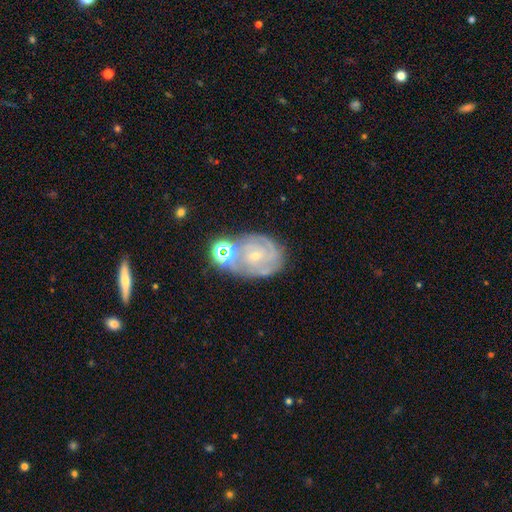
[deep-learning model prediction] Q: Smooth or featured?
A: featured or disk (72%); runner-up: smooth (16%)
Q: Edge-on disk?
A: no (97%); runner-up: yes (3%)
Q: Bar?
A: no (72%); runner-up: weak (23%)
Q: Spiral arms?
A: yes (87%); runner-up: no (13%)
Q: Spiral winding?
A: tight (64%); runner-up: medium (28%)
Q: Spiral arm count?
A: can't tell (37%); runner-up: 2 (25%)
Q: Bulge size?
A: small (78%); runner-up: moderate (18%)
Q: Merging?
A: none (60%); runner-up: minor disturbance (19%)